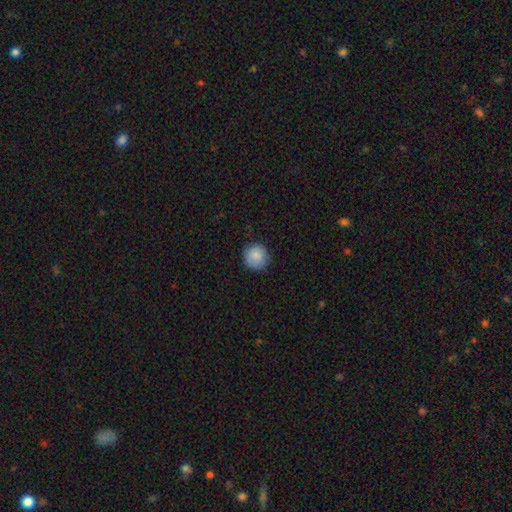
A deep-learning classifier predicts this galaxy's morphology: The model was most divided on "merging": none: 86%, minor disturbance: 11%, major disturbance: 2%, merger: 1%. More confident: how rounded — round (92%); smooth or featured — smooth (86%).